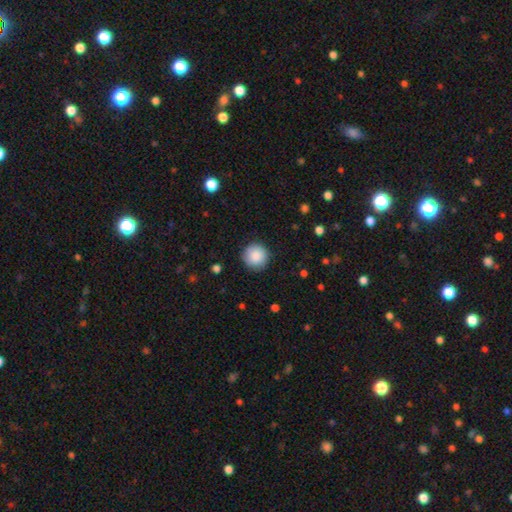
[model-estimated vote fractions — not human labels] Morphology: type=smooth (87%); roundness=round (95%); merging=none (89%).